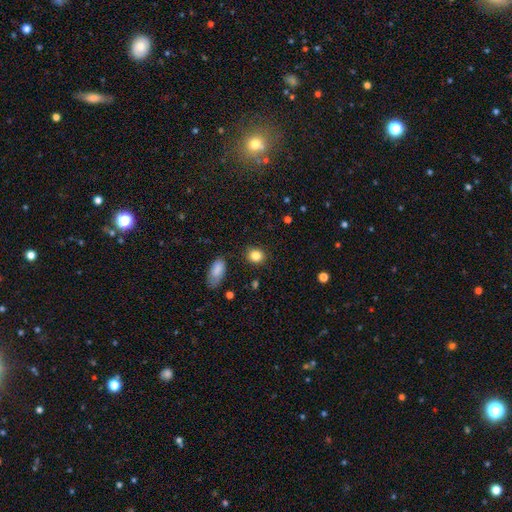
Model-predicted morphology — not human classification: This appears to be a smooth galaxy with no disk features (85%) that is round (70%). Merging: none (85%).